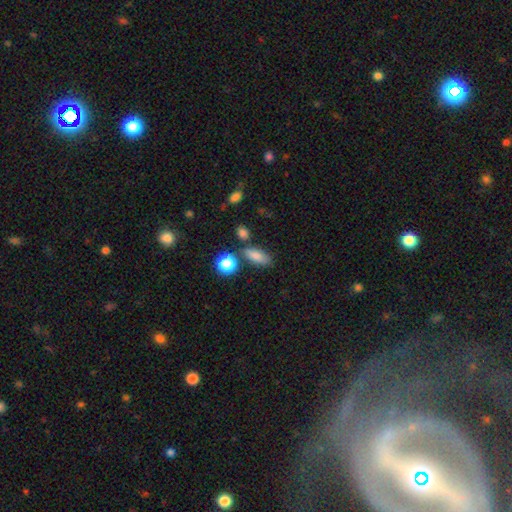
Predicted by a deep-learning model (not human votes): Overall: smooth (82%). How rounded: in between (73%). Merging: none (72%).